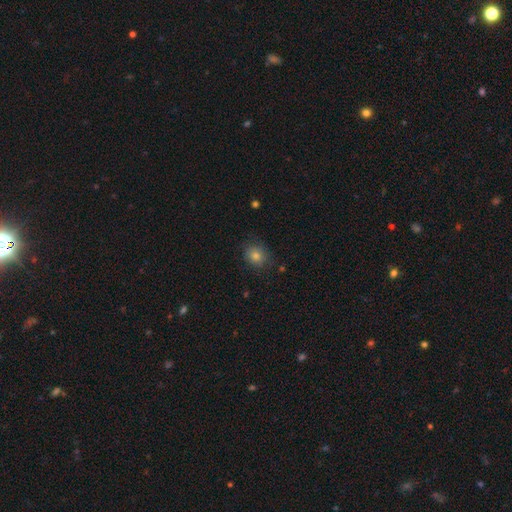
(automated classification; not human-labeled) The model was most divided on "how rounded": round: 71%, in between: 28%, cigar-shaped: 1%. More confident: merging — none (81%); smooth or featured — smooth (77%).